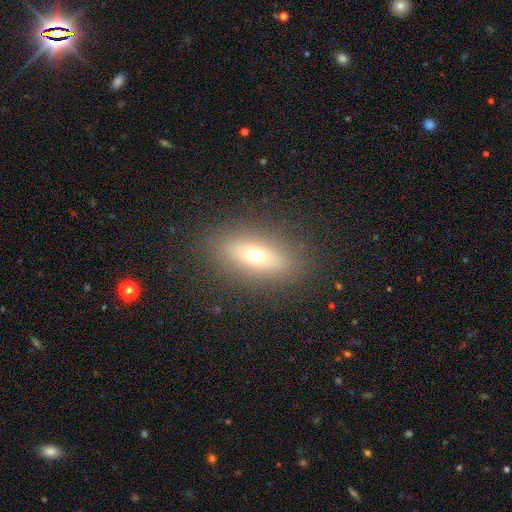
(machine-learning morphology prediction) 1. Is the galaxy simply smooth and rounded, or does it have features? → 59% smooth, 28% featured or disk, 12% star or artifact.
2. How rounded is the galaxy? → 69% in between, 18% cigar-shaped, 13% round.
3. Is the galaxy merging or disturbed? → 85% none, 9% minor disturbance, 4% major disturbance, 1% merger.